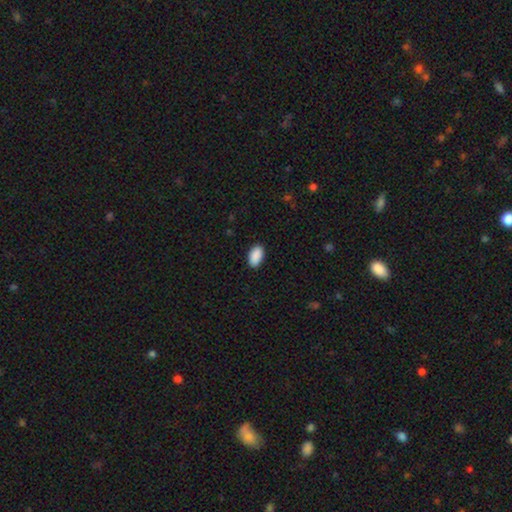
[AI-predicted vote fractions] Smooth or featured? smooth (91%)
How rounded? in between (95%)
Merging? none (89%)